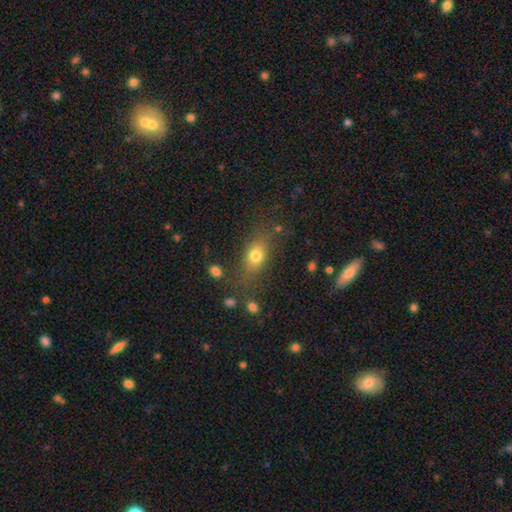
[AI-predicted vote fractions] Smooth or featured?
  - smooth: 74% *
  - featured or disk: 13%
  - star or artifact: 12%
How rounded?
  - in between: 67% *
  - round: 25%
  - cigar-shaped: 8%
Merging?
  - none: 69% *
  - minor disturbance: 17%
  - major disturbance: 9%
  - merger: 5%